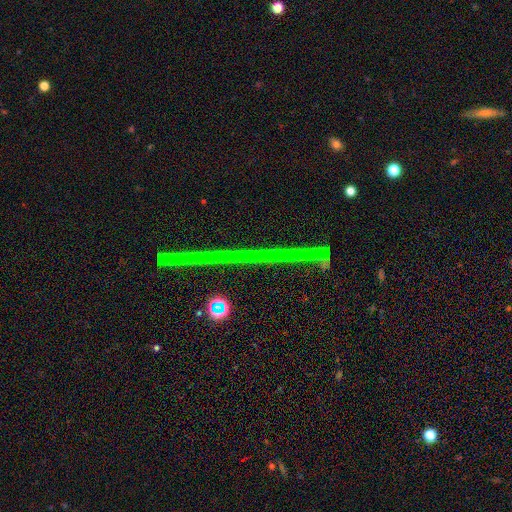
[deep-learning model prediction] Smooth or featured? Predicted: star or artifact (p=0.82).